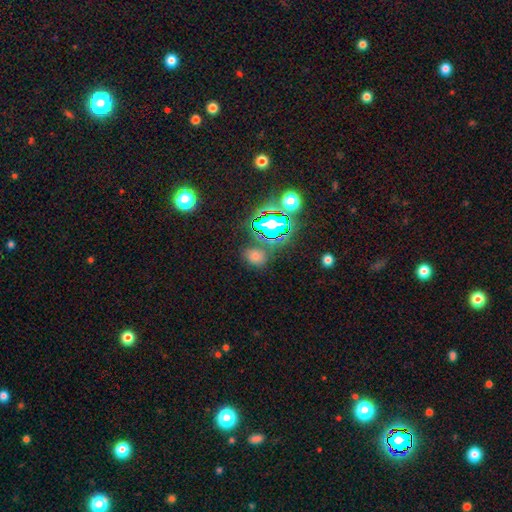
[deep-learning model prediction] This appears to be a smooth galaxy with no disk features (50%) that is in between round and cigar-shaped (51%). Merging: none (75%).